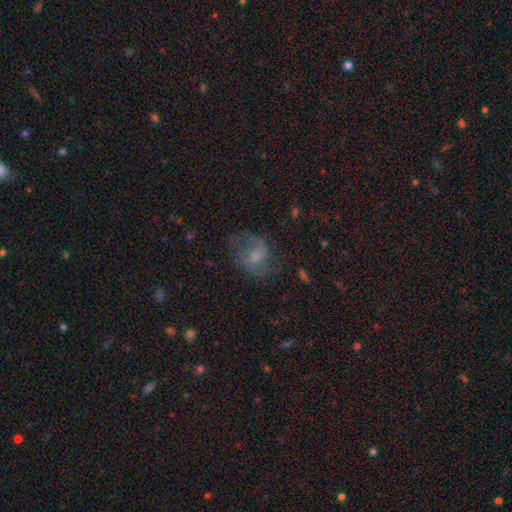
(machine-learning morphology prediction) featured or disk 51%, smooth 38%, star or artifact 11%. Down the decision tree: edge-on disk — no (97%); bar — no (48%); spiral arms — yes (74%); bulge size — small (41%); merging — none (46%).